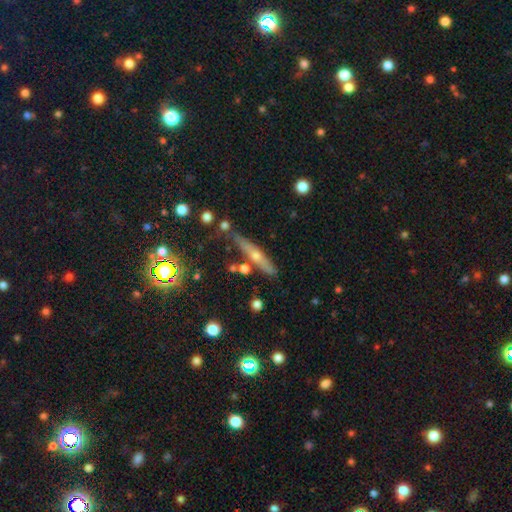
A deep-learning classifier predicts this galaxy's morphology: Overall: featured or disk (55%; smooth 35%). Edge-on disk: yes (90%). Merging: none (74%).